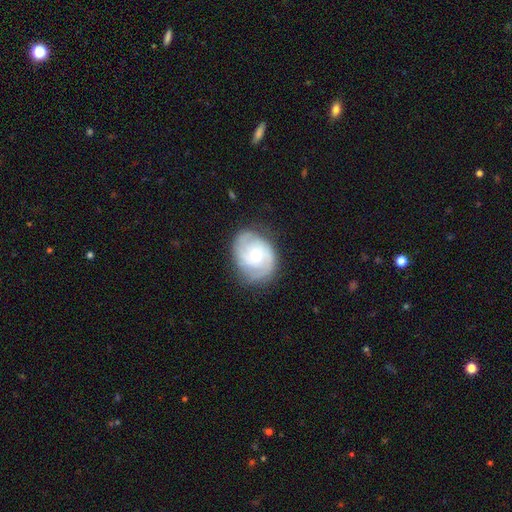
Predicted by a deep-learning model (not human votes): Smooth or featured? featured or disk (79%)
Edge-on disk? no (98%)
Bar? no (66%)
Spiral arms? yes (95%)
Spiral winding? tight (52%)
Spiral arm count? 2 (50%)
Bulge size? moderate (54%)
Merging? none (76%)